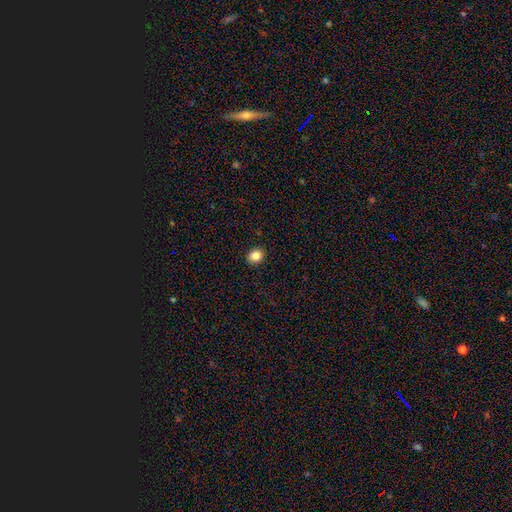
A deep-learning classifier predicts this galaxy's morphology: Smooth or featured: smooth — 85% (star or artifact — 10%)
How rounded: round — 61% (in between — 38%)
Merging: none — 92% (minor disturbance — 6%)